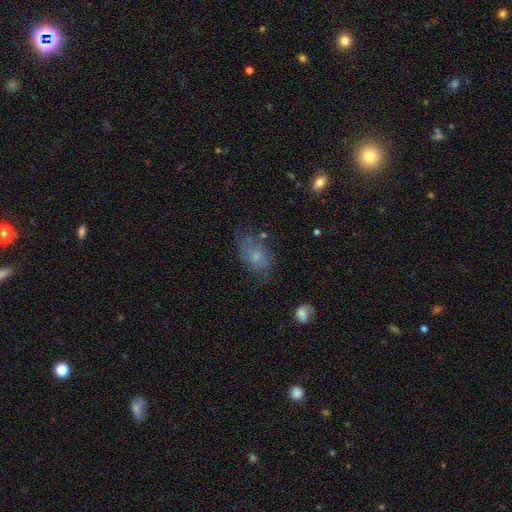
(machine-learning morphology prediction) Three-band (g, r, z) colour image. It shows a smooth galaxy with no disk features (51%) that is in between round and cigar-shaped (84%). Merging: none (52%).